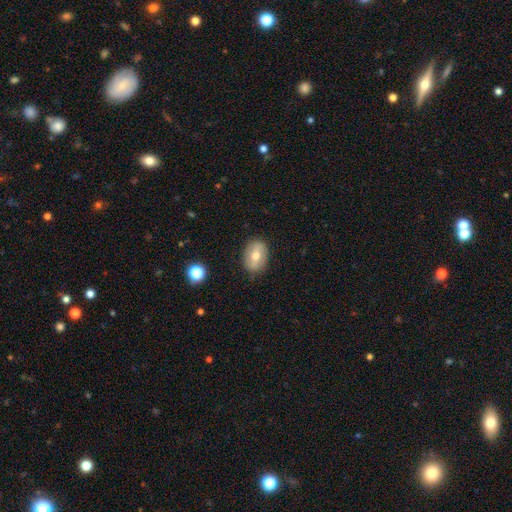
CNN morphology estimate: Smooth or featured? Predicted: smooth (p=0.63). How rounded? Predicted: in between (p=0.73). Merging? Predicted: none (p=0.85).